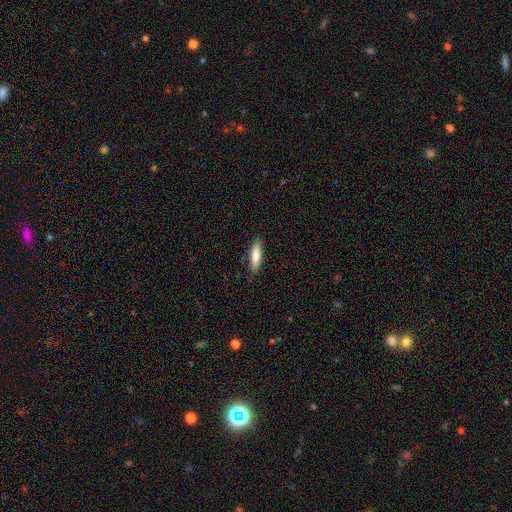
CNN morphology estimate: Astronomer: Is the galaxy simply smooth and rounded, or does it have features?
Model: smooth — 80%.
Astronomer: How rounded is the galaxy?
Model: cigar-shaped — 65%.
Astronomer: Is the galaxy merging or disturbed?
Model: none — 85%.